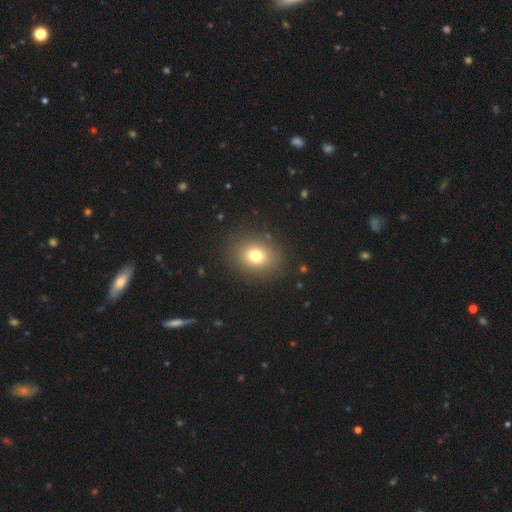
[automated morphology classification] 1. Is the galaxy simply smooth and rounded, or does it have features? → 75% smooth, 13% star or artifact, 12% featured or disk.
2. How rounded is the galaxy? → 53% in between, 46% round, 1% cigar-shaped.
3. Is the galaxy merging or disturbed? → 87% none, 8% minor disturbance, 4% major disturbance, 1% merger.